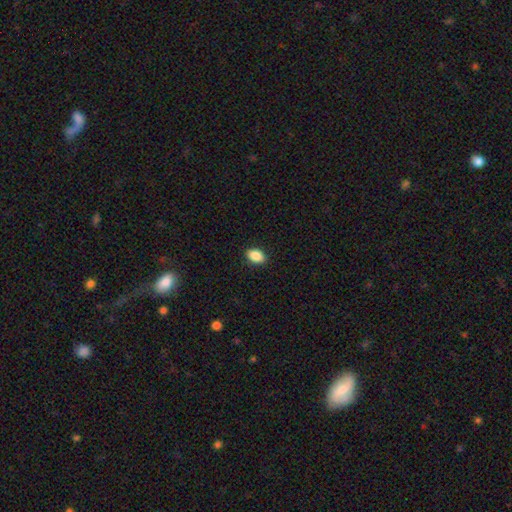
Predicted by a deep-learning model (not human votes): A smooth galaxy with no disk features (88%) that is in between round and cigar-shaped (86%).

Vote fractions:
- Smooth or featured? smooth: 88% / star or artifact: 8% / featured or disk: 4%
- How rounded? in between: 86% / round: 13% / cigar-shaped: 2%
- Merging? none: 89% / minor disturbance: 8% / major disturbance: 2% / merger: 1%